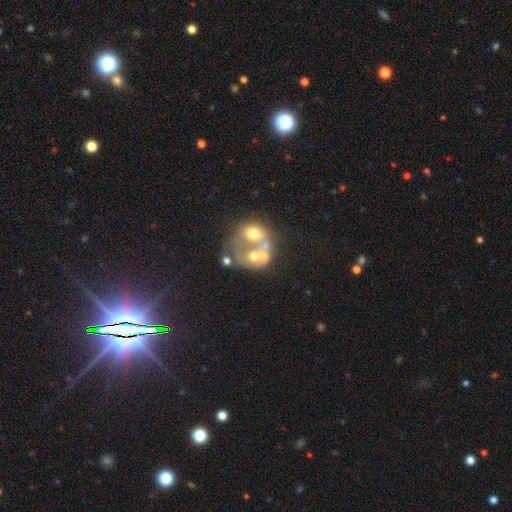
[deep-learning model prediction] The model was most divided on "smooth or featured": featured or disk: 43%, star or artifact: 29%, smooth: 28%. More confident: merging — merger (69%).